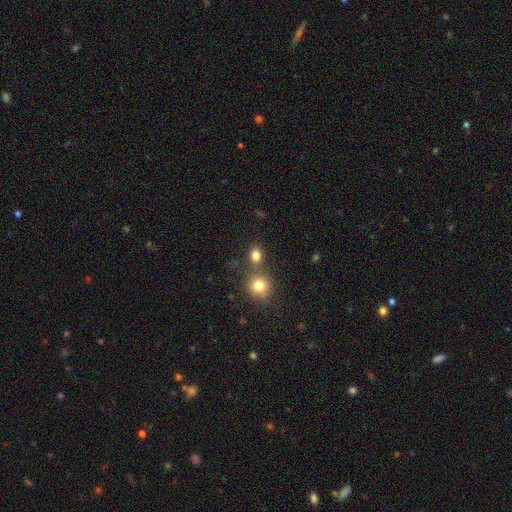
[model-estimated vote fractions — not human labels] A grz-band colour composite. It shows a smooth galaxy with no disk features (81%) that is in between round and cigar-shaped (56%). Merging: none (63%).